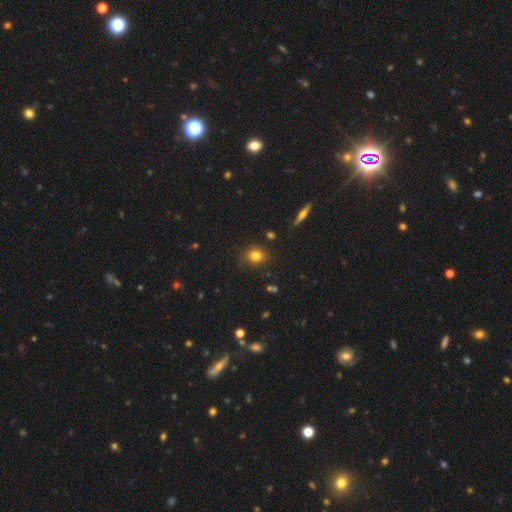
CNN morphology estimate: This is likely a smooth galaxy (80%). How rounded: likely round (75%). Merging: clearly none (82%).